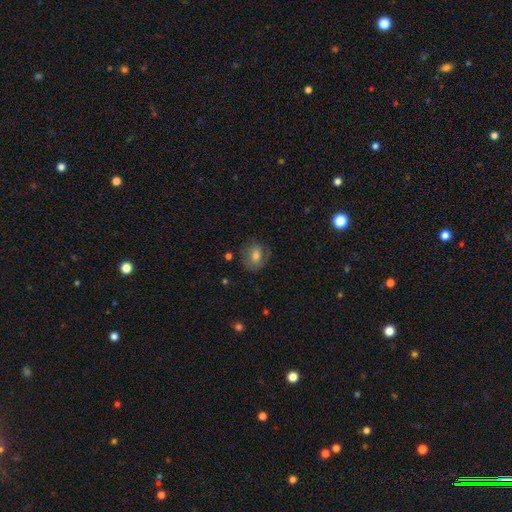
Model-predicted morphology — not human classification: Smooth or featured: smooth — 58% (featured or disk — 31%)
How rounded: round — 58% (in between — 41%)
Merging: none — 70% (minor disturbance — 19%)